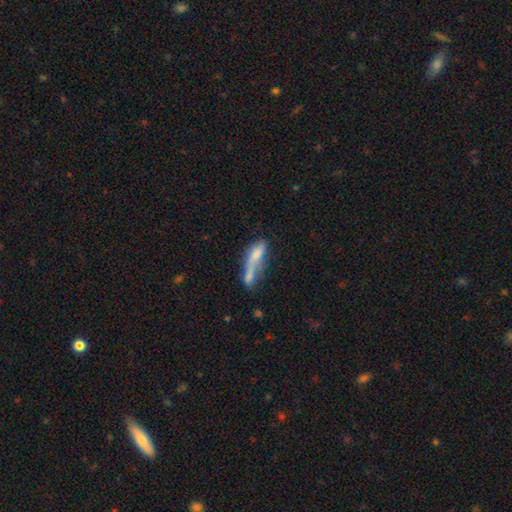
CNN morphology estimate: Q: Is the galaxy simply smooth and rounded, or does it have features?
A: smooth — 63%.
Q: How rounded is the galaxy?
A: cigar-shaped — 48%.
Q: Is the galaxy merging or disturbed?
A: merger — 48%.